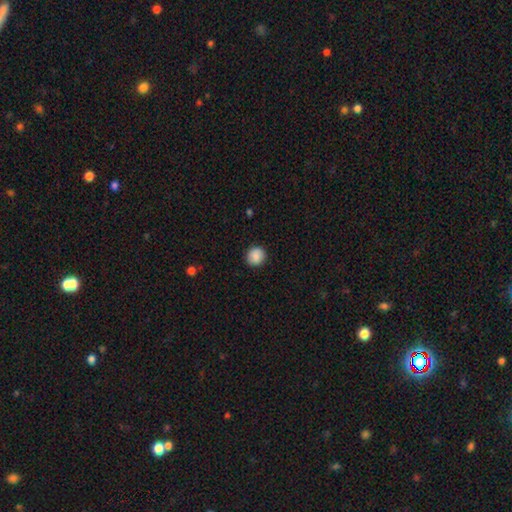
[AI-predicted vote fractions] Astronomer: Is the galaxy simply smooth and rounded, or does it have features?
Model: smooth — 88%.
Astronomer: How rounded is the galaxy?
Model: round — 90%.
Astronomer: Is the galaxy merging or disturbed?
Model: none — 90%.